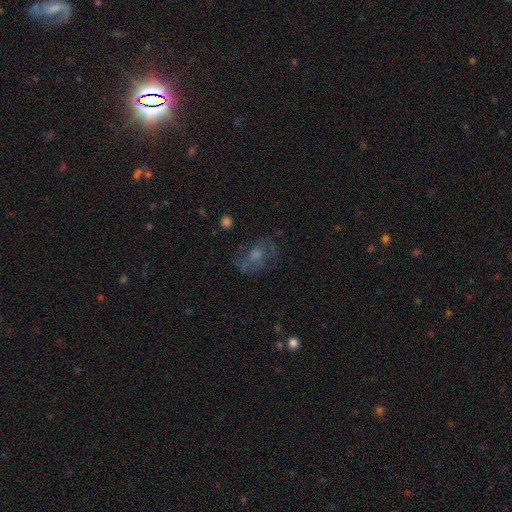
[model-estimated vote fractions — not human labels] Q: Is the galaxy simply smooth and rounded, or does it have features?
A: featured or disk — 47%.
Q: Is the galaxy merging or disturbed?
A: none — 57%.